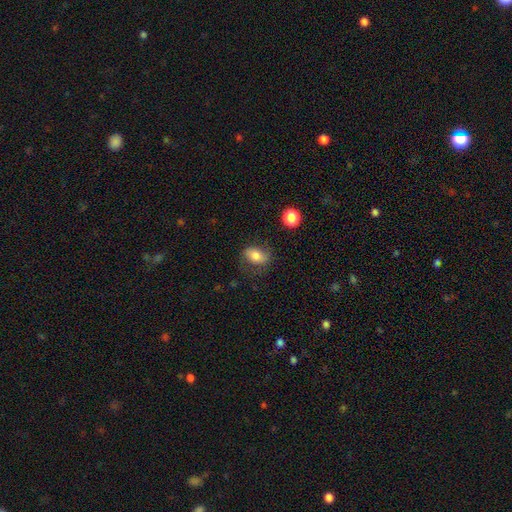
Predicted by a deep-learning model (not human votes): This is likely a smooth galaxy (69%). How rounded: likely in between (78%). Merging: likely none (65%).